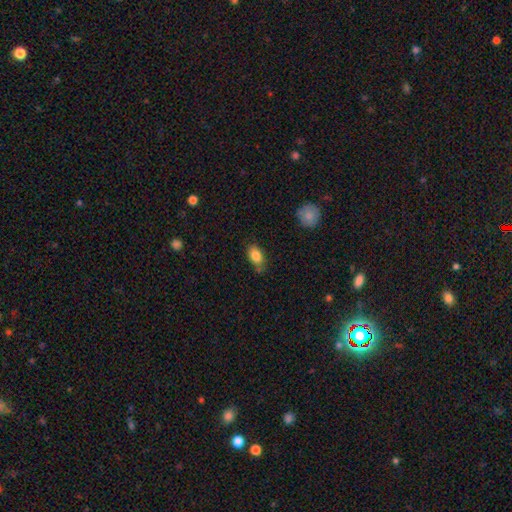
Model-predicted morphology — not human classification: smooth 84%, star or artifact 8%, featured or disk 7%. Down the decision tree: how rounded — in between (87%); merging — none (68%).